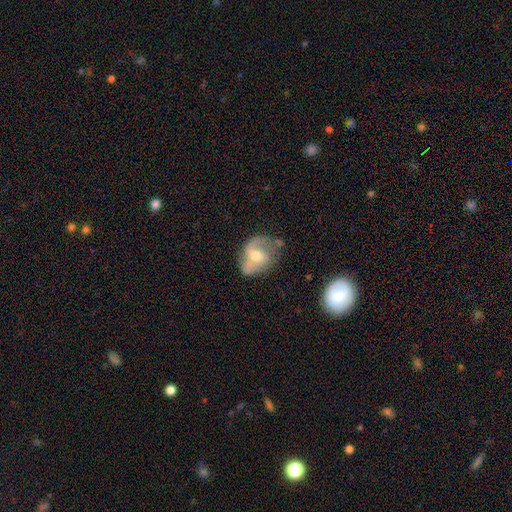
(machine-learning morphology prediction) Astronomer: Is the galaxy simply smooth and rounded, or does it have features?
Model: featured or disk — 66%.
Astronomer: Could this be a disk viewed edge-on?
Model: no — 96%.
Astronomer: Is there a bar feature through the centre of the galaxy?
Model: no — 54% (runner-up: weak, 36%).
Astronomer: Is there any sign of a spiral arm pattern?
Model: yes — 79%.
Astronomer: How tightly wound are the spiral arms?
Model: loose — 46% (runner-up: medium, 40%).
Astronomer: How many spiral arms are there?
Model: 2 — 68%.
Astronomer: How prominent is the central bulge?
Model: moderate — 60%.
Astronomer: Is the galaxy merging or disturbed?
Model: none — 44% (runner-up: minor disturbance, 29%).